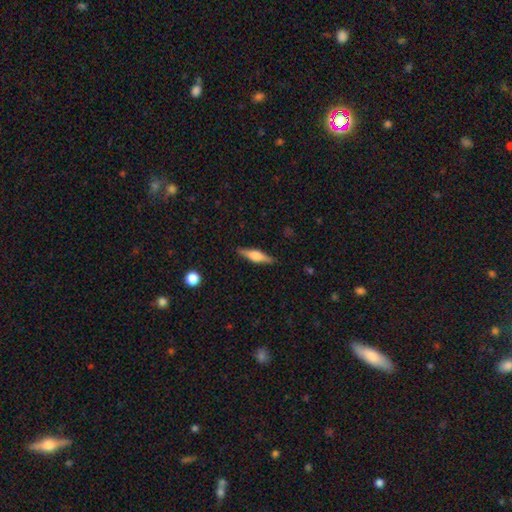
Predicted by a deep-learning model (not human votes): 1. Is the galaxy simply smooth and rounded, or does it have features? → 51% featured or disk, 42% smooth, 7% star or artifact.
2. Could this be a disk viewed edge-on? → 96% yes, 4% no.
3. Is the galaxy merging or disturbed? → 88% none, 9% minor disturbance, 2% major disturbance, 1% merger.